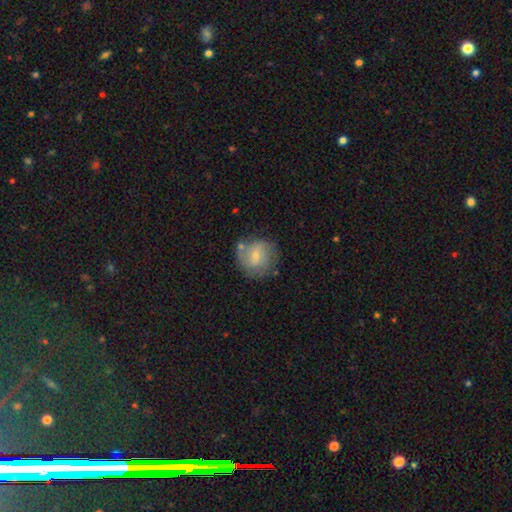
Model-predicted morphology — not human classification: This appears to be a featured or disk galaxy (46%, tied with smooth). Merging: none (66%).